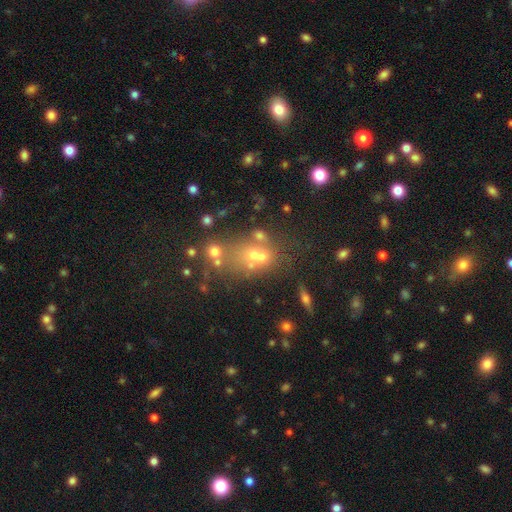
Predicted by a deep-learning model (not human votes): smooth_or_featured: smooth (p=0.46) [alt: featured or disk p=0.27]
merging: merger (p=0.43) [alt: none p=0.37]